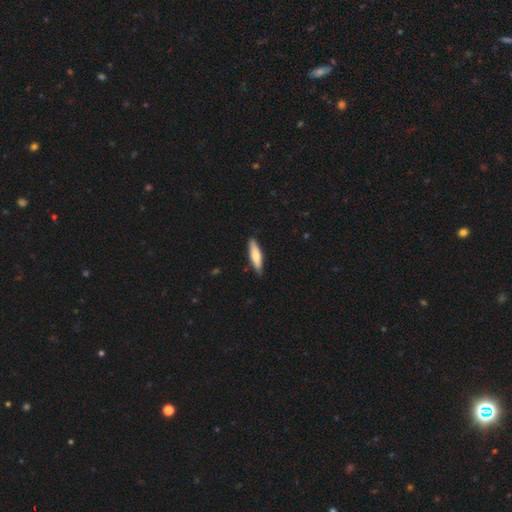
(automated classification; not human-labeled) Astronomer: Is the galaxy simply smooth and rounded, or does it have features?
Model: smooth — 71%.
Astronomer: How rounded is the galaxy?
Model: cigar-shaped — 71%.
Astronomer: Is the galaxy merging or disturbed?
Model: none — 86%.